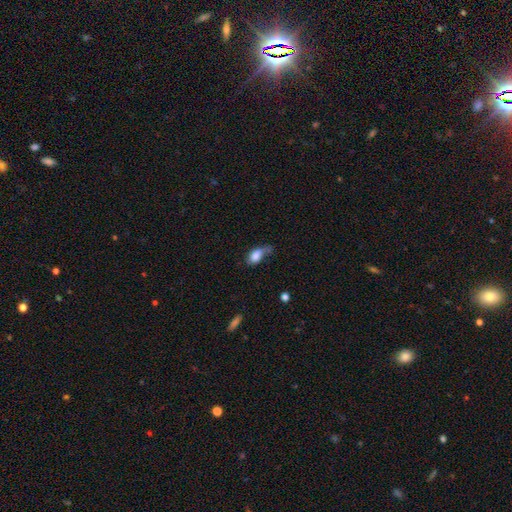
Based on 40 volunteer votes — Volunteers were most divided on "merging": minor disturbance: 34%, none: 29%, major disturbance: 26%, merger: 11%. More confident: how rounded — in between (91%); smooth or featured — smooth (85%).